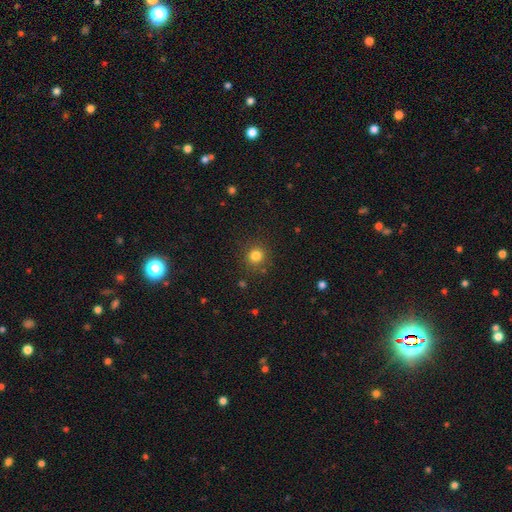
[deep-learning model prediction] Morphology: type=smooth (81%); roundness=round (92%); merging=none (88%).